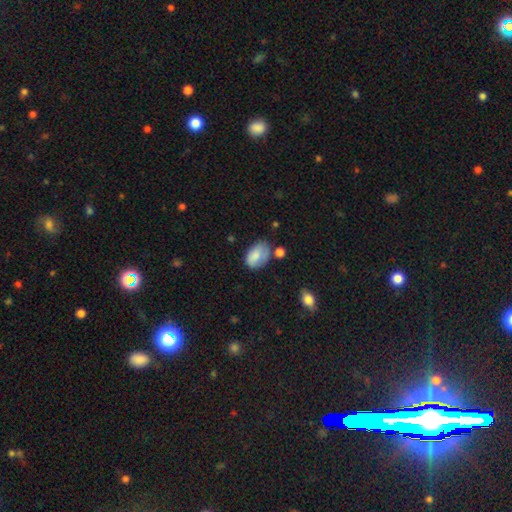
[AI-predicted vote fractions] smooth_or_featured: smooth (p=0.76) [alt: featured or disk p=0.16]
how_rounded: in between (p=0.89) [alt: round p=0.10]
merging: none (p=0.48) [alt: minor disturbance p=0.32]